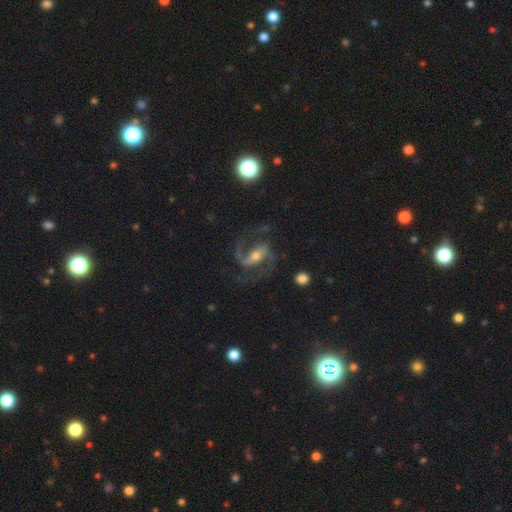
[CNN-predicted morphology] smooth-or-featured: featured or disk: 91% | star or artifact: 5% | smooth: 4%
  disk-edge-on: no: 97% | yes: 3%
    bar: strong: 43% | weak: 38% | no: 19%
    has-spiral-arms: yes: 98% | no: 2%
      spiral-winding: medium: 62% | loose: 23% | tight: 15%
      spiral-arm-count: 2: 92% | 3: 2% | can't tell: 2% | 1: 2% | 4: 1% | more than 4: 1%
    bulge-size: moderate: 54% | small: 39% | large: 4% | none: 2% | dominant: 1%
  merging: none: 75% | minor disturbance: 13% | major disturbance: 10% | merger: 2%